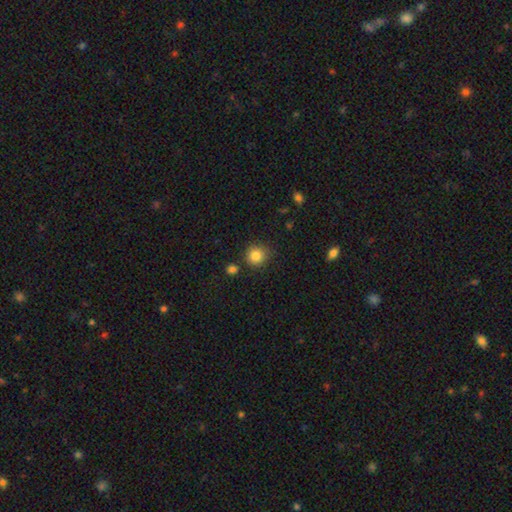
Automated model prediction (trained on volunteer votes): Smooth or featured? Predicted: smooth (p=0.84). How rounded? Predicted: round (p=0.91). Merging? Predicted: none (p=0.84).